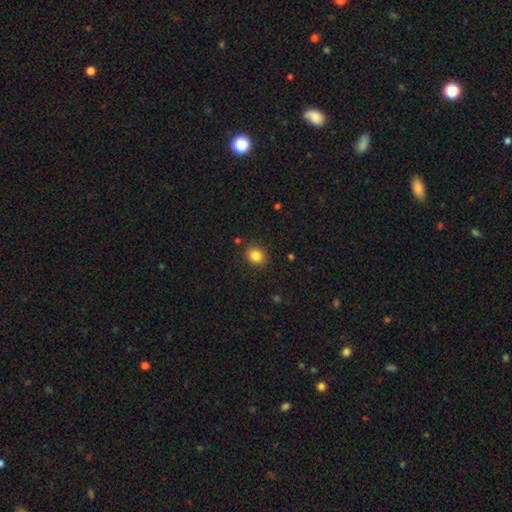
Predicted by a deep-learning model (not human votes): Smooth or featured? smooth (84%)
How rounded? round (69%)
Merging? none (88%)